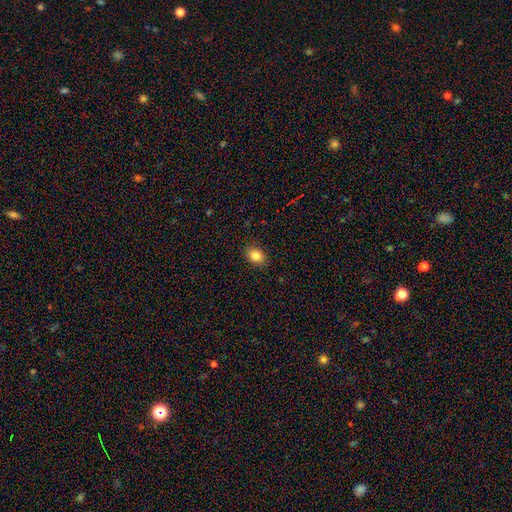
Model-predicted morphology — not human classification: Q: Smooth or featured?
A: smooth (85%); runner-up: star or artifact (9%)
Q: How rounded?
A: in between (73%); runner-up: round (26%)
Q: Merging?
A: none (88%); runner-up: minor disturbance (9%)